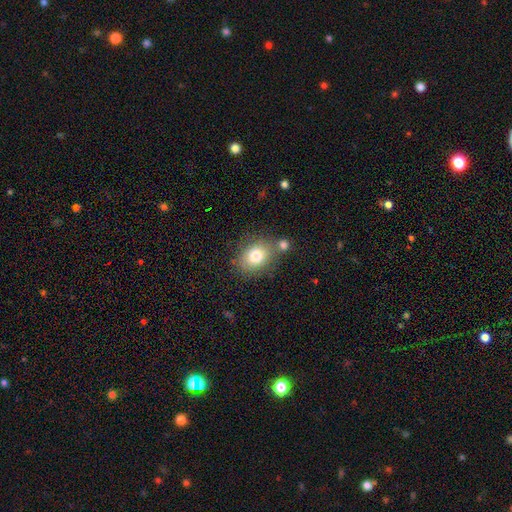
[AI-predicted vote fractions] Smooth or featured?
  - smooth: 78% *
  - featured or disk: 12%
  - star or artifact: 10%
How rounded?
  - in between: 60% *
  - round: 39%
  - cigar-shaped: 1%
Merging?
  - none: 63% *
  - merger: 18%
  - minor disturbance: 14%
  - major disturbance: 5%